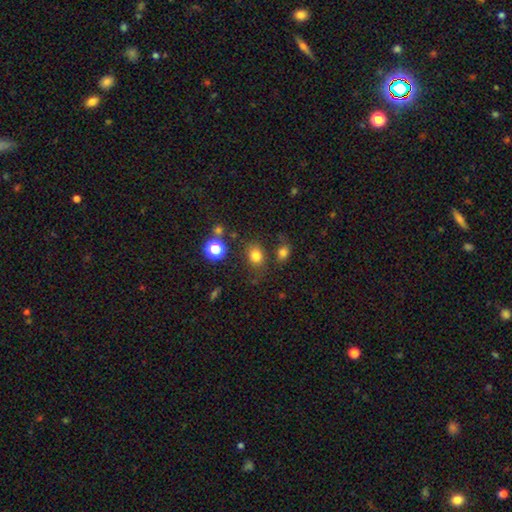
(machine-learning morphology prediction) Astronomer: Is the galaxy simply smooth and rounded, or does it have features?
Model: smooth — 78%.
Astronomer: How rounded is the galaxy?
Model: round — 52% (runner-up: in between, 47%).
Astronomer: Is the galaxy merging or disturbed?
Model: none — 72%.